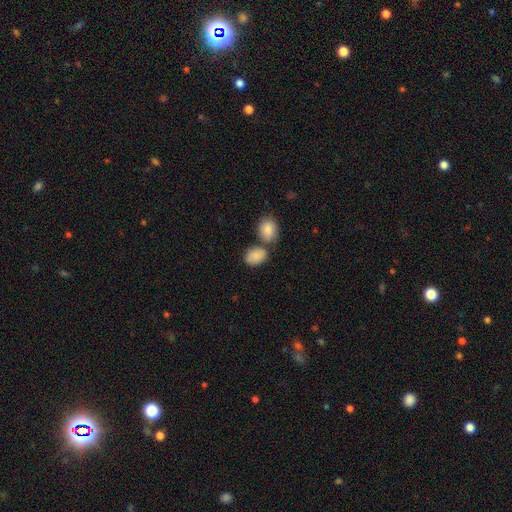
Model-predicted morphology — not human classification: smooth_or_featured: smooth (p=0.86) [alt: star or artifact p=0.07]
how_rounded: in between (p=0.77) [alt: round p=0.22]
merging: none (p=0.49) [alt: merger p=0.34]